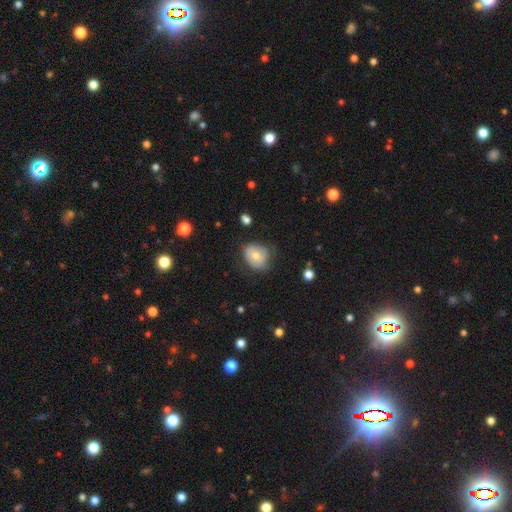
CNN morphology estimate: smooth-or-featured: smooth: 63% | featured or disk: 28% | star or artifact: 8%
  how-rounded: round: 62% | in between: 37% | cigar-shaped: 1%
  merging: none: 59% | minor disturbance: 29% | major disturbance: 10% | merger: 2%